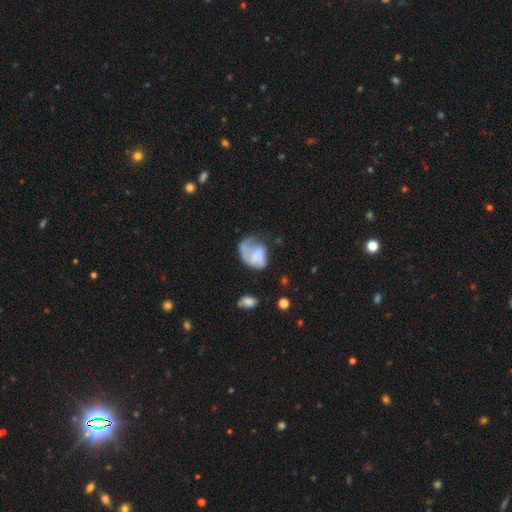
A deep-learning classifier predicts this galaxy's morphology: This is possibly a featured or disk galaxy (47%). Merging: possibly major disturbance (46%).